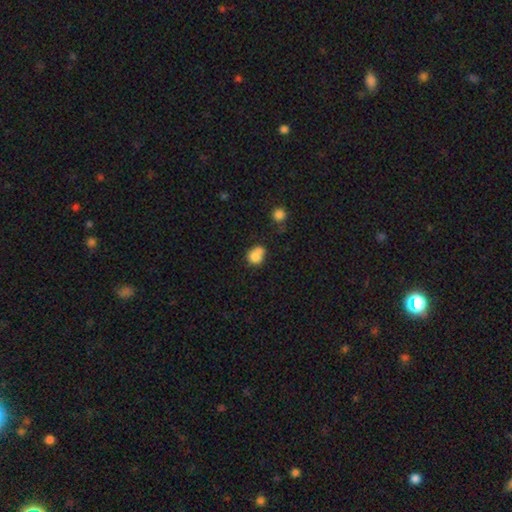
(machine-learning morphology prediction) A smooth galaxy with no disk features (78%) that is round (61%).

Vote fractions:
- Smooth or featured? smooth: 78% / featured or disk: 11% / star or artifact: 11%
- How rounded? round: 61% / in between: 38% / cigar-shaped: 1%
- Merging? merger: 38% / none: 37% / minor disturbance: 18% / major disturbance: 7%